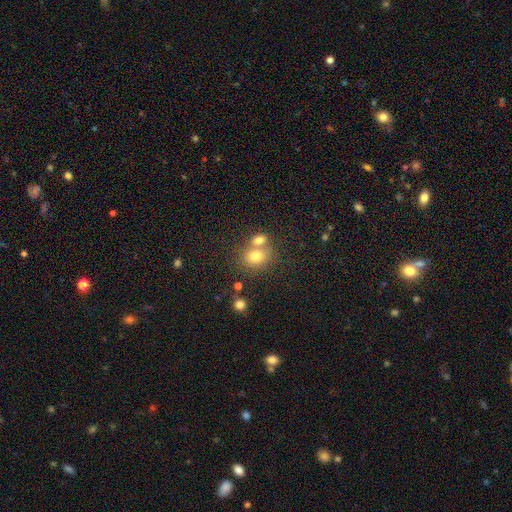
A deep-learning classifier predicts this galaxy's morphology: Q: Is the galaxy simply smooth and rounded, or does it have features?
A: smooth — 75%.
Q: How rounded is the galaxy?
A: round — 55%.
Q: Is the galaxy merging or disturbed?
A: merger — 44%.